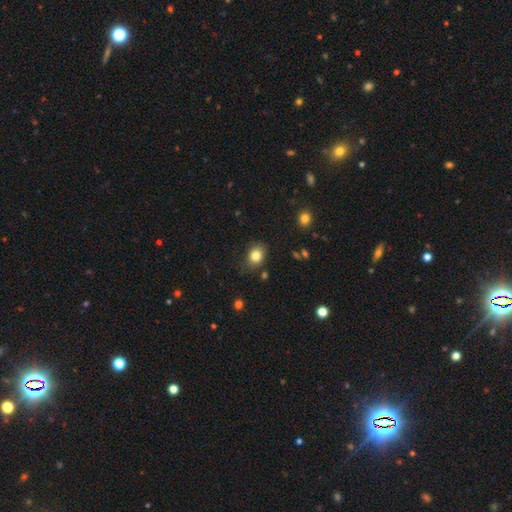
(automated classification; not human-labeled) A smooth galaxy with no disk features (82%) that is in between round and cigar-shaped (51%). Merging: none (78%).